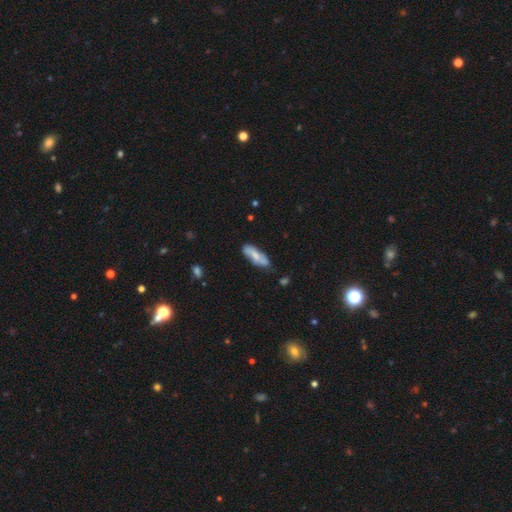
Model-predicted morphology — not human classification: smooth_or_featured: smooth (p=0.59) [alt: featured or disk p=0.34]
how_rounded: in between (p=0.54) [alt: cigar-shaped p=0.44]
merging: none (p=0.57) [alt: minor disturbance p=0.26]